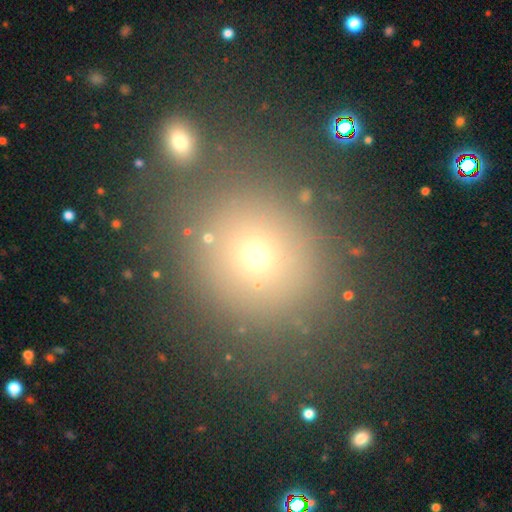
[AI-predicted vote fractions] smooth 57%, star or artifact 33%, featured or disk 10%. Down the decision tree: how rounded — round (81%); merging — none (79%).